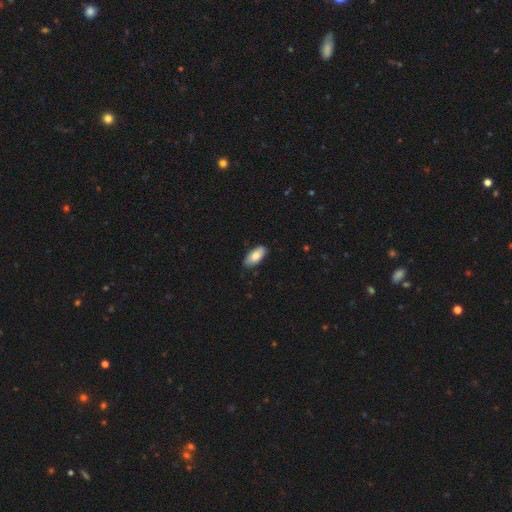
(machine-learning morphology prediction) smooth_or_featured: smooth (p=0.83) [alt: featured or disk p=0.11]
how_rounded: in between (p=0.90) [alt: cigar-shaped p=0.08]
merging: none (p=0.83) [alt: minor disturbance p=0.14]